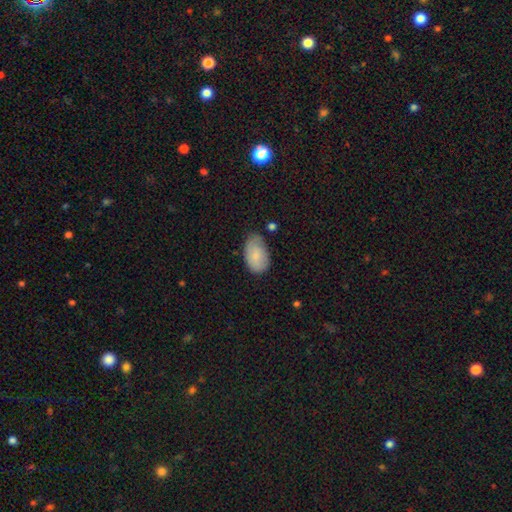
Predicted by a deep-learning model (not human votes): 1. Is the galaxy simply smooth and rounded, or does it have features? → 81% smooth, 12% featured or disk, 6% star or artifact.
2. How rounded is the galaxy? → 93% in between, 6% round, 1% cigar-shaped.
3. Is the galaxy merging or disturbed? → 59% none, 32% minor disturbance, 6% major disturbance, 3% merger.